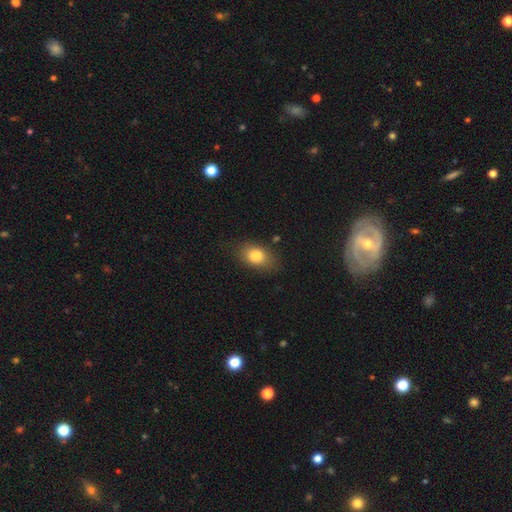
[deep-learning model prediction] This appears to be a smooth galaxy with no disk features (82%) that is in between round and cigar-shaped (80%). Merging: none (76%).